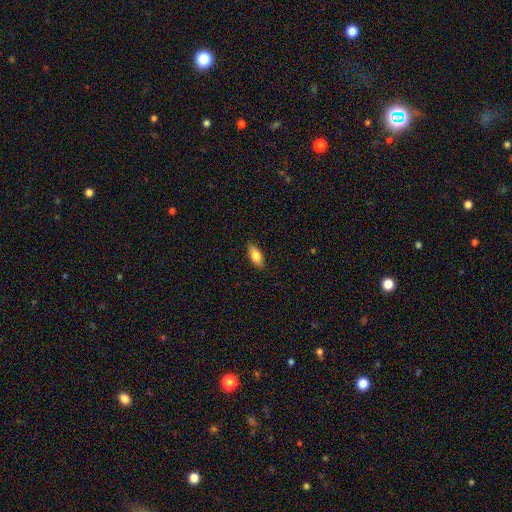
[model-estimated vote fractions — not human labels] This appears to be a smooth galaxy with no disk features (82%) that is in between round and cigar-shaped (85%). Merging: none (85%).